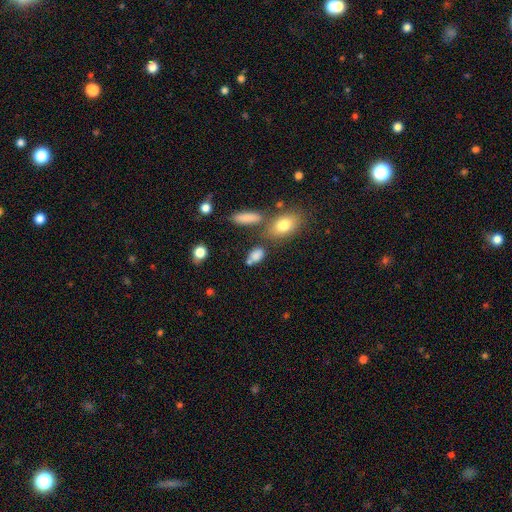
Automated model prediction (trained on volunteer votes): This is clearly a smooth galaxy (80%). How rounded: likely in between (78%). Merging: possibly none (57%).